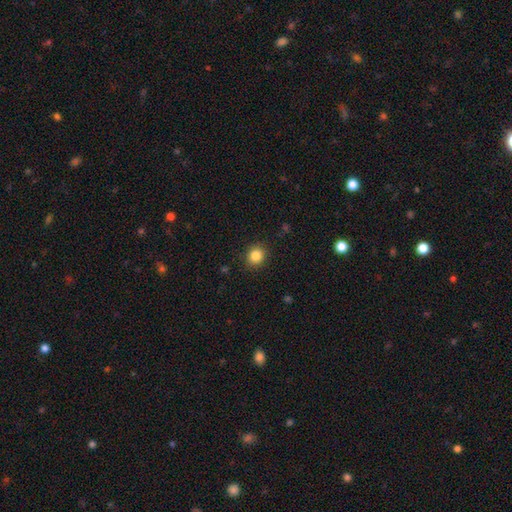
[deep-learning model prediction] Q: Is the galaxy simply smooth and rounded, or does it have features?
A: smooth — 85%.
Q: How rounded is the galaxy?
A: round — 84%.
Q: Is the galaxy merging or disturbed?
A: none — 89%.